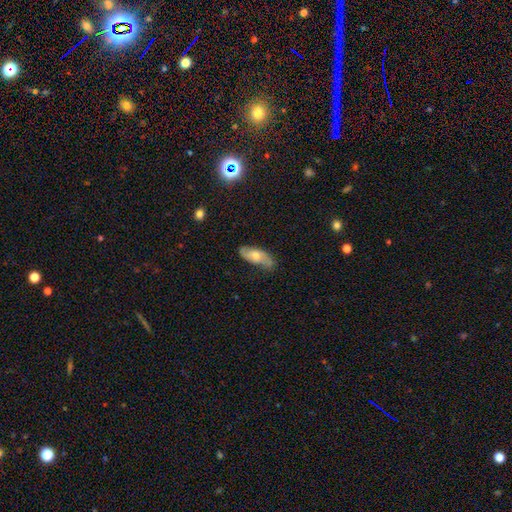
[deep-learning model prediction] Smooth or featured? Predicted: featured or disk (p=0.48). Merging? Predicted: none (p=0.73).